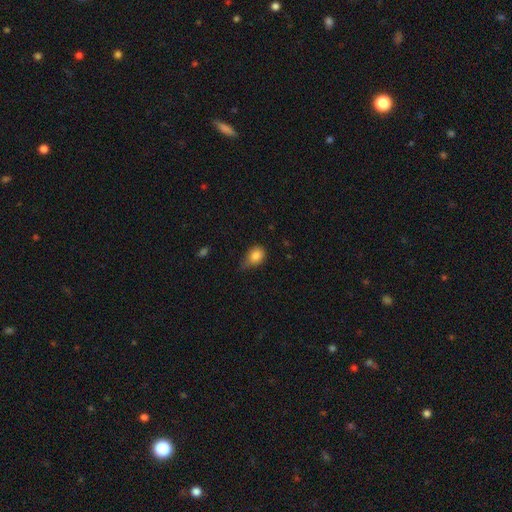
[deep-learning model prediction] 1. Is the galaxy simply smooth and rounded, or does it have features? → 83% smooth, 9% star or artifact, 7% featured or disk.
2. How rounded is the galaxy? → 62% in between, 37% round, 2% cigar-shaped.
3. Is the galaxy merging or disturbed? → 44% minor disturbance, 41% none, 12% major disturbance, 2% merger.